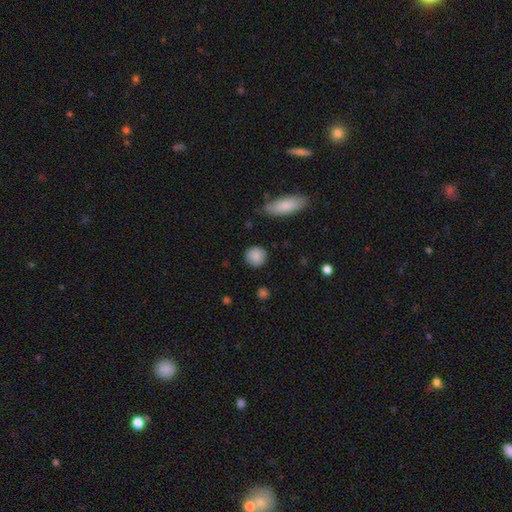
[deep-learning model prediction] smooth 88%, star or artifact 7%, featured or disk 5%. Down the decision tree: how rounded — round (89%); merging — none (87%).